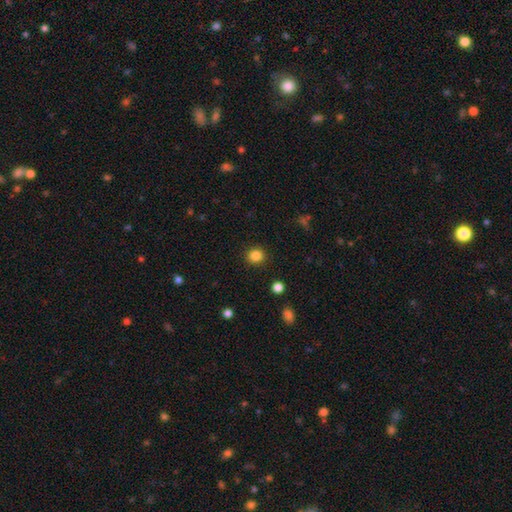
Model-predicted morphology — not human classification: This is clearly a smooth galaxy (85%). How rounded: clearly round (87%). Merging: clearly none (91%).